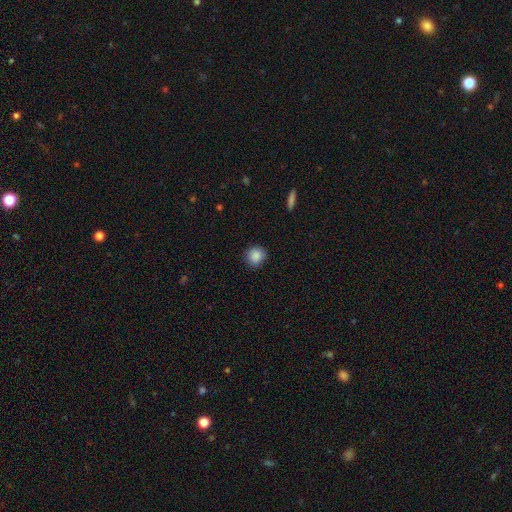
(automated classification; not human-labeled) A smooth galaxy with no disk features (88%) that is round (89%). Merging: none (87%).